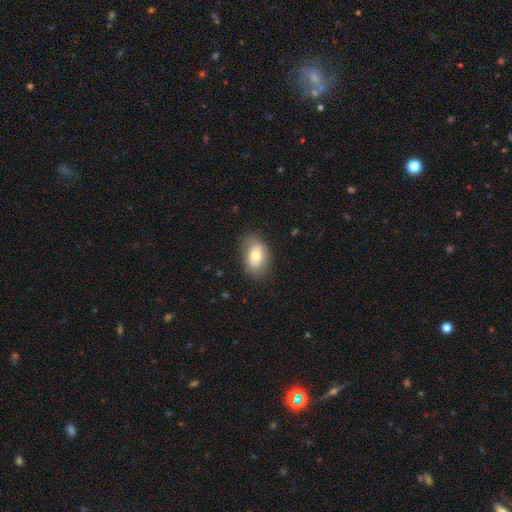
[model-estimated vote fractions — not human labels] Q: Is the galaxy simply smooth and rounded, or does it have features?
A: smooth — 70%.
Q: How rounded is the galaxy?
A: in between — 84%.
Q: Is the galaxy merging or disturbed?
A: none — 76%.